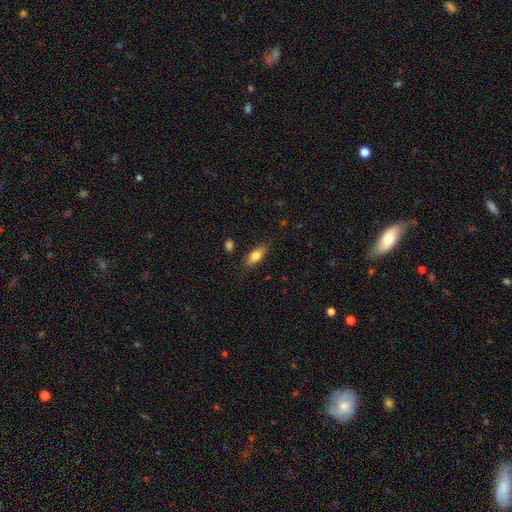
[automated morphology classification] Smooth or featured: smooth — 76% (featured or disk — 17%)
How rounded: in between — 79% (cigar-shaped — 18%)
Merging: none — 82% (minor disturbance — 13%)